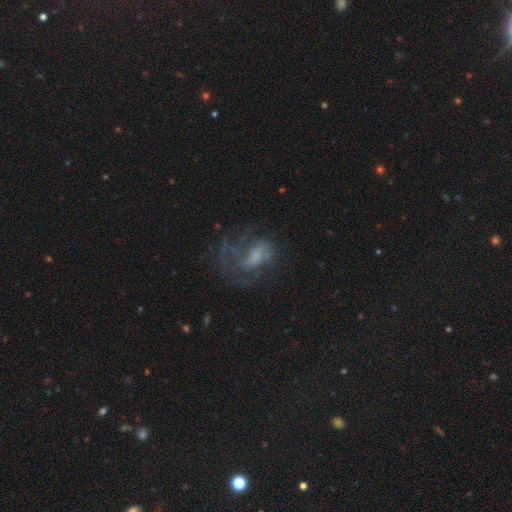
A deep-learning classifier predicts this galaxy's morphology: A featured or disk galaxy (63%) with no bar (51%), spiral arms (69%) and no central bulge (31%). Merging: none (41%).